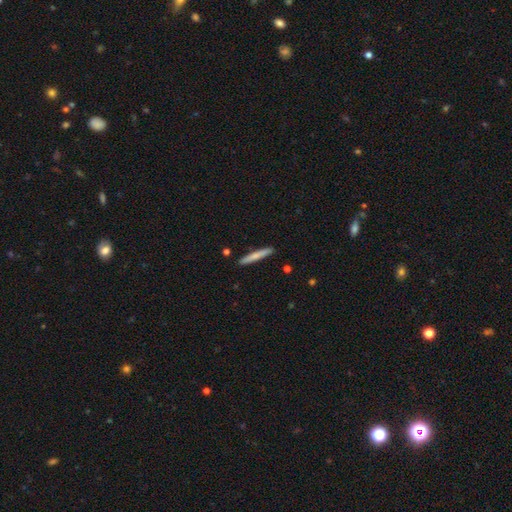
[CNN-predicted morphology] smooth-or-featured: smooth: 66% | featured or disk: 28% | star or artifact: 5%
  how-rounded: cigar-shaped: 95% | in between: 3% | round: 1%
  merging: none: 90% | minor disturbance: 7% | merger: 2% | major disturbance: 1%